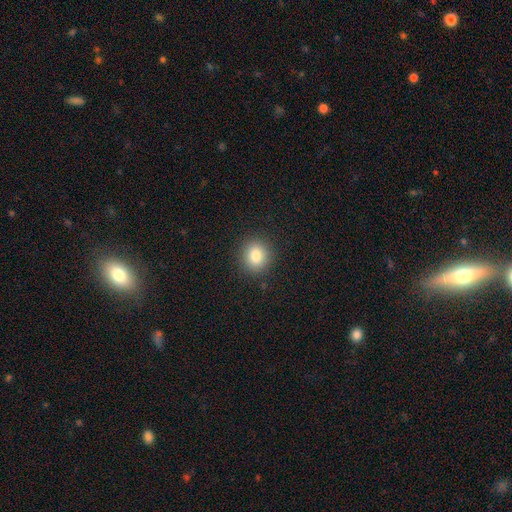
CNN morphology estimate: Q: Smooth or featured?
A: smooth (82%); runner-up: star or artifact (11%)
Q: How rounded?
A: round (81%); runner-up: in between (18%)
Q: Merging?
A: none (90%); runner-up: minor disturbance (7%)